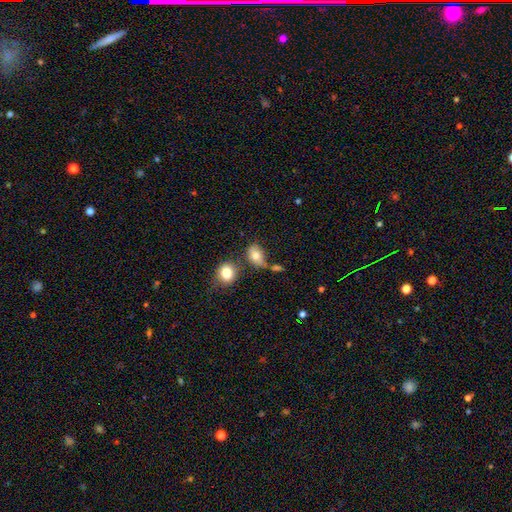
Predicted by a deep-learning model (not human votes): A smooth galaxy with no disk features (77%) that is in between round and cigar-shaped (71%).

Vote fractions:
- Smooth or featured? smooth: 77% / featured or disk: 13% / star or artifact: 10%
- How rounded? in between: 71% / round: 27% / cigar-shaped: 2%
- Merging? none: 50% / minor disturbance: 22% / merger: 19% / major disturbance: 9%